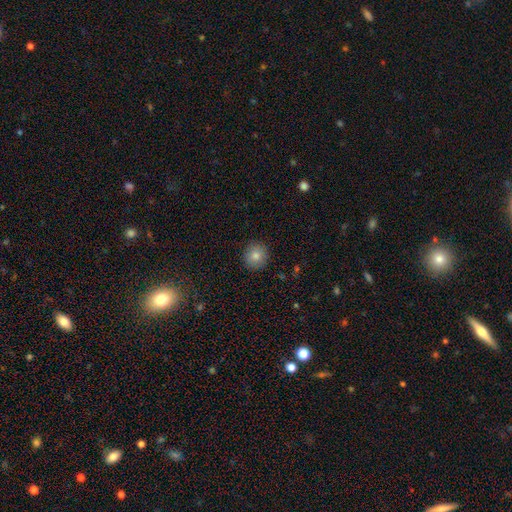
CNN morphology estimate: A smooth galaxy with no disk features (82%) that is round (91%). Merging: none (91%).